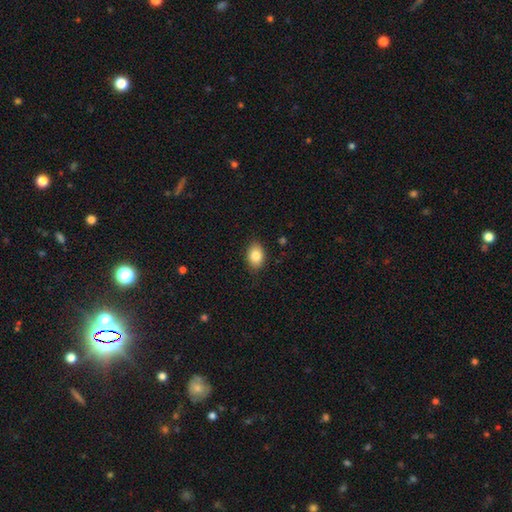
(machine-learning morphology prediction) Smooth or featured? Predicted: smooth (p=0.84). How rounded? Predicted: in between (p=0.80). Merging? Predicted: none (p=0.86).